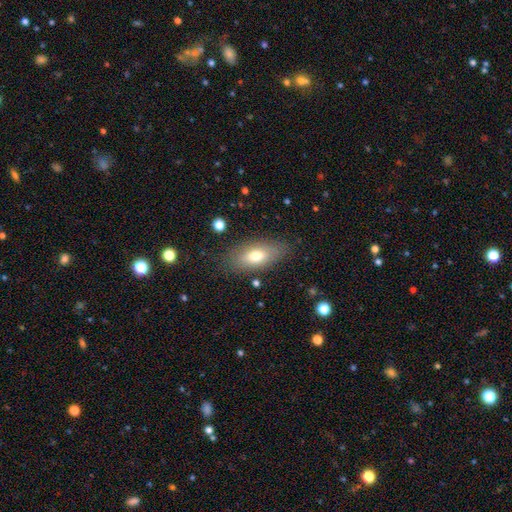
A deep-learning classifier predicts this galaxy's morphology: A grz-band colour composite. It shows a smooth galaxy with no disk features (72%) that is in between round and cigar-shaped (85%). Merging: none (81%).